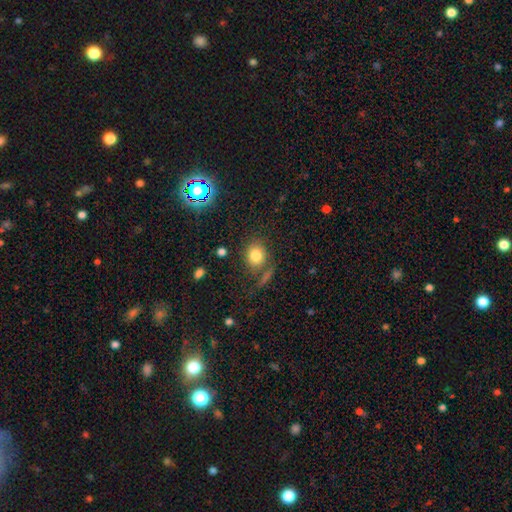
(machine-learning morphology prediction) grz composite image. It shows a smooth galaxy with no disk features (79%) that is round (61%). Merging: none (68%).